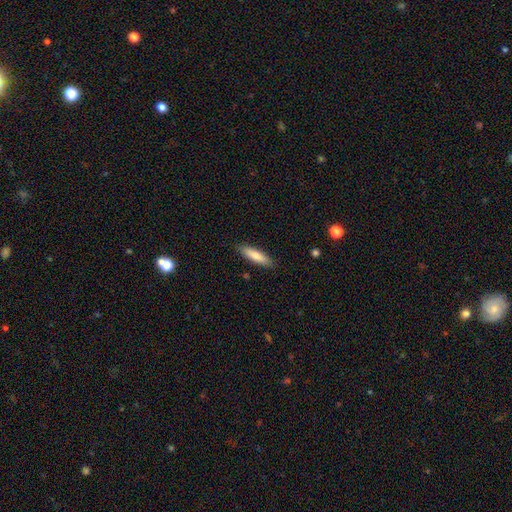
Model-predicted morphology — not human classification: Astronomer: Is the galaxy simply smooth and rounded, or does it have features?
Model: smooth — 78%.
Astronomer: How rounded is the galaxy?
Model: cigar-shaped — 73%.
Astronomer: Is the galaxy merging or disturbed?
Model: none — 88%.